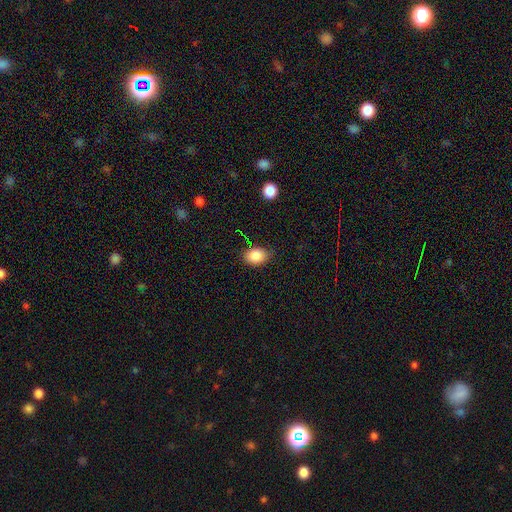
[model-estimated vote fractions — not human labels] Overall: smooth (87%). How rounded: in between (75%). Merging: none (79%).